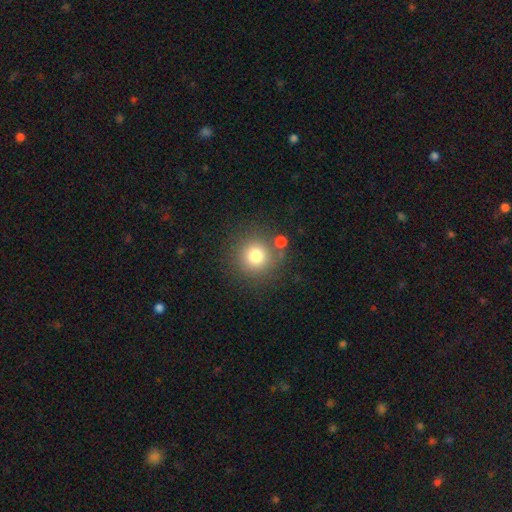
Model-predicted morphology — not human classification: Q: Smooth or featured?
A: smooth (78%); runner-up: star or artifact (13%)
Q: How rounded?
A: round (94%); runner-up: in between (5%)
Q: Merging?
A: none (78%); runner-up: minor disturbance (9%)